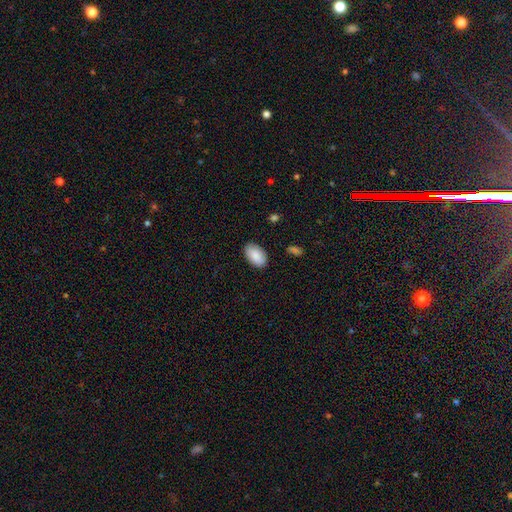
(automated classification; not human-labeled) Overall: smooth (89%). How rounded: in between (94%). Merging: none (87%).